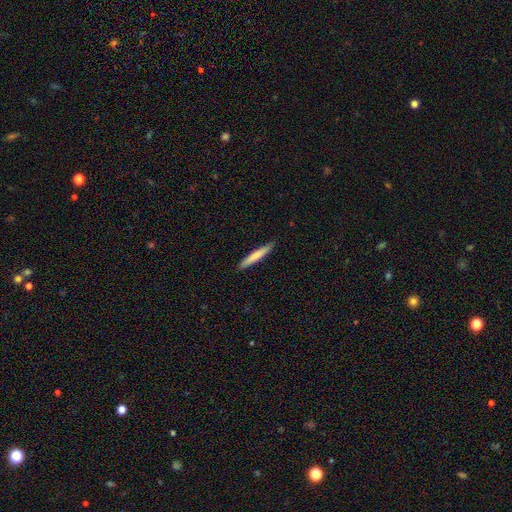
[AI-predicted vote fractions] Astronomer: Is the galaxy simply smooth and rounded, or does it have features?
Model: smooth — 72%.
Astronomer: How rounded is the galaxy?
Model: cigar-shaped — 95%.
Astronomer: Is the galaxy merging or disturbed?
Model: none — 90%.